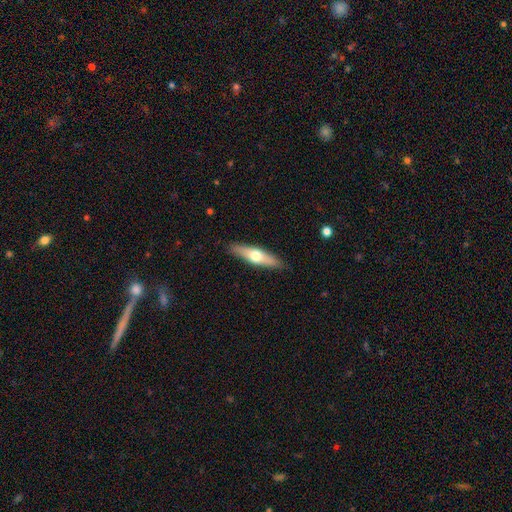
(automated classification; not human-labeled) Smooth or featured: featured or disk — 48% (smooth — 46%)
Merging: none — 89% (minor disturbance — 8%)